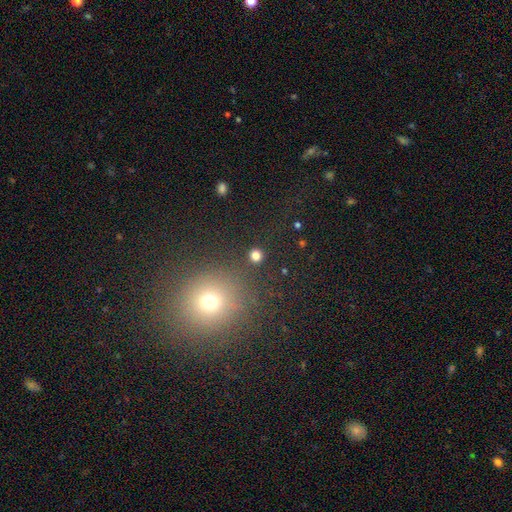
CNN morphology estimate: A smooth galaxy with no disk features (79%) that is round (91%).

Vote fractions:
- Smooth or featured? smooth: 79% / star or artifact: 17% / featured or disk: 4%
- How rounded? round: 91% / in between: 8% / cigar-shaped: 1%
- Merging? none: 89% / minor disturbance: 5% / merger: 3% / major disturbance: 3%